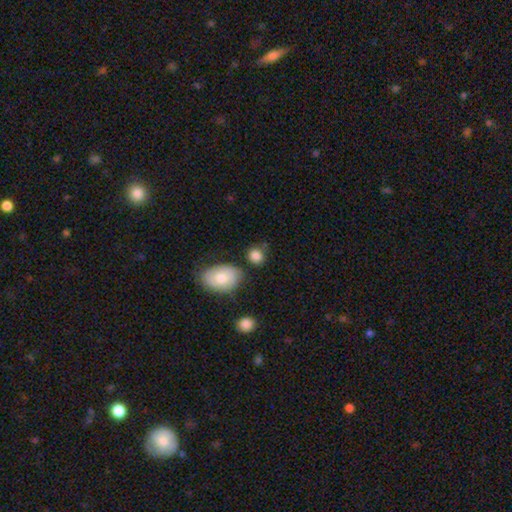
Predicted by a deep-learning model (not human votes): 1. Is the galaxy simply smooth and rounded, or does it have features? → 85% smooth, 8% star or artifact, 7% featured or disk.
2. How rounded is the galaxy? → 68% round, 30% in between, 1% cigar-shaped.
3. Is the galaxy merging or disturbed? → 68% none, 18% minor disturbance, 9% merger, 5% major disturbance.